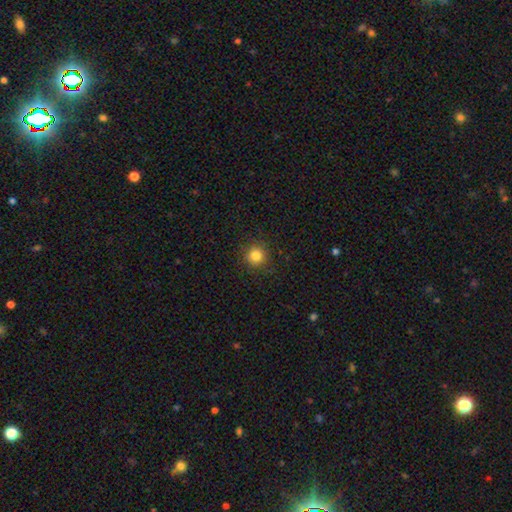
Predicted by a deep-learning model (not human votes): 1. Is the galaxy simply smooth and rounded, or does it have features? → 82% smooth, 12% star or artifact, 5% featured or disk.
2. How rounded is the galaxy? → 94% round, 5% in between, 1% cigar-shaped.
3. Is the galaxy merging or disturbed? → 89% none, 7% minor disturbance, 2% major disturbance, 1% merger.